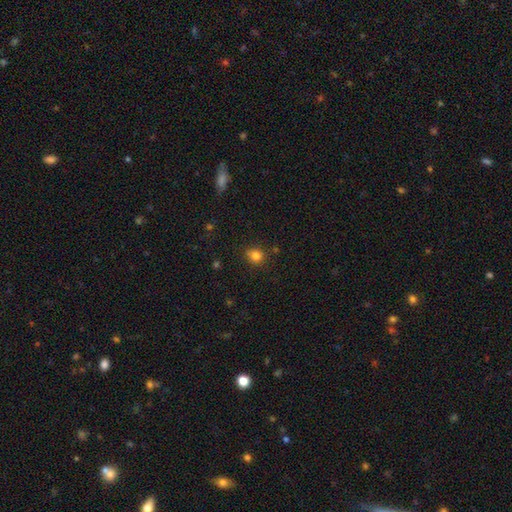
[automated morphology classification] The model was most divided on "merging": none: 76%, minor disturbance: 16%, merger: 4%, major disturbance: 4%. More confident: smooth or featured — smooth (81%); how rounded — round (80%).